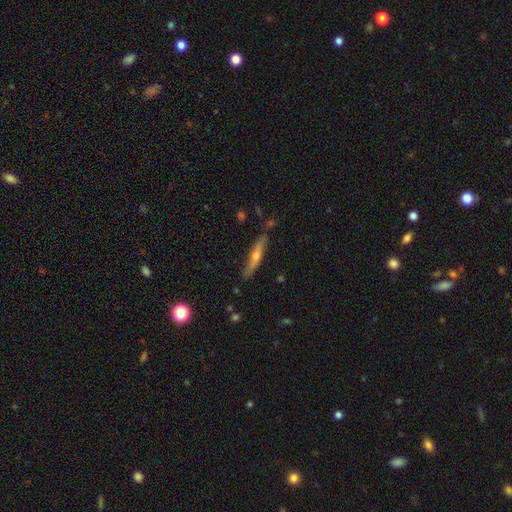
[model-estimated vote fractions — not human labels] A featured or disk galaxy (58%) viewed edge-on (90%) with a rounded central bulge (84%). Merging: none (80%).